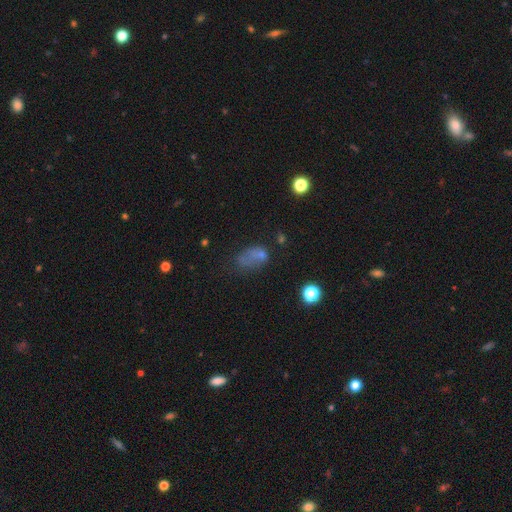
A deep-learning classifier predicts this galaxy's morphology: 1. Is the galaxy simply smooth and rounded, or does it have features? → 57% smooth, 23% star or artifact, 20% featured or disk.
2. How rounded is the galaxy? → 79% in between, 17% round, 3% cigar-shaped.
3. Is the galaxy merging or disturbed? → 36% none, 28% major disturbance, 23% minor disturbance, 12% merger.